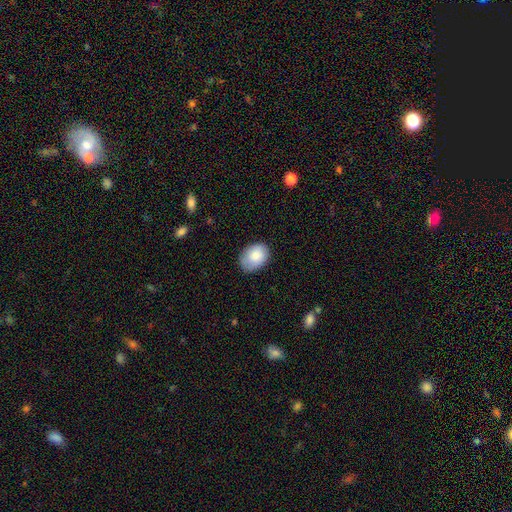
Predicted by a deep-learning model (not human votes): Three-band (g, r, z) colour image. It shows a smooth galaxy with no disk features (83%) that is in between round and cigar-shaped (73%). Merging: none (79%).